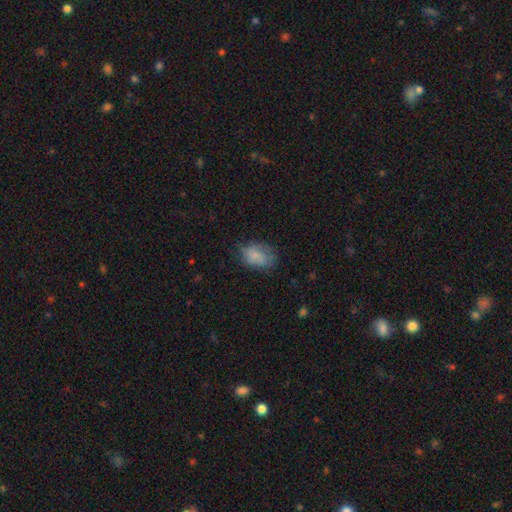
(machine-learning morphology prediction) Smooth or featured? smooth (72%)
How rounded? in between (82%)
Merging? none (55%)